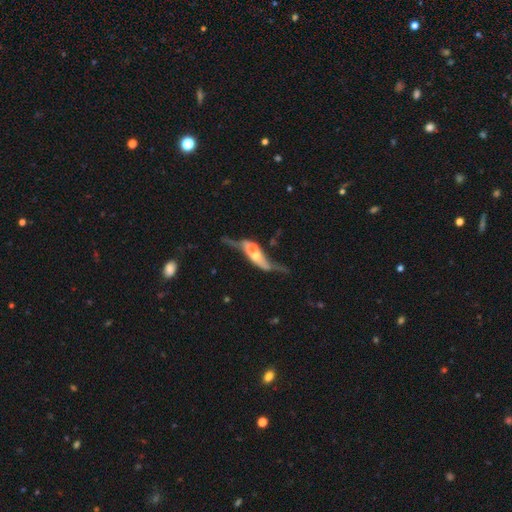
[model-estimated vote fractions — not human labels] Smooth or featured? featured or disk (66%)
Edge-on disk? no (62%)
Merging? merger (51%)